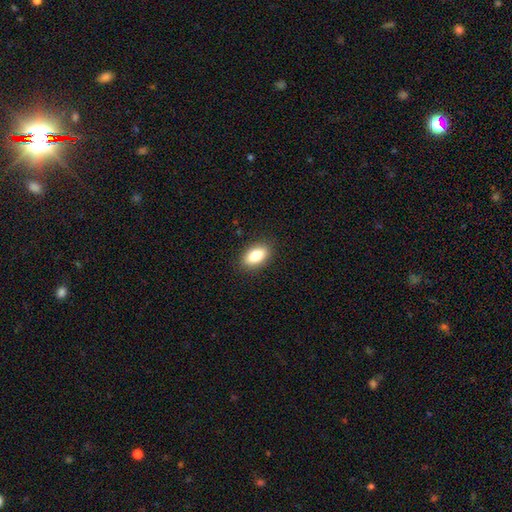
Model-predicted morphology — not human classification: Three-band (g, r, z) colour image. It shows a smooth galaxy with no disk features (83%) that is in between round and cigar-shaped (89%). Merging: none (89%).